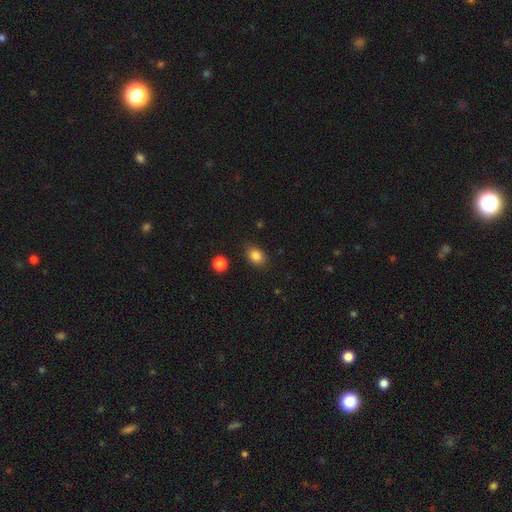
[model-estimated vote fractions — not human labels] smooth-or-featured: smooth: 85% | star or artifact: 10% | featured or disk: 5%
  how-rounded: in between: 65% | round: 34% | cigar-shaped: 1%
  merging: none: 85% | minor disturbance: 11% | major disturbance: 3% | merger: 2%